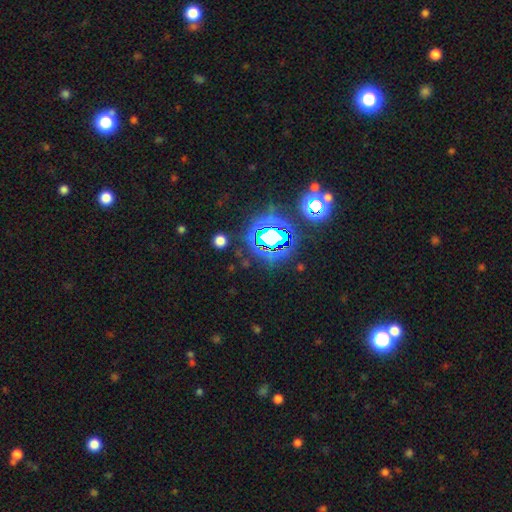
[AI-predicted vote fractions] smooth-or-featured: star or artifact: 82% | smooth: 11% | featured or disk: 7%